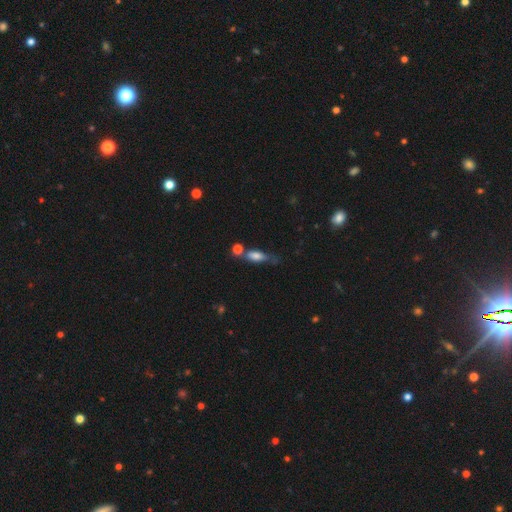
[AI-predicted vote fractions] Smooth or featured?
  - smooth: 71% *
  - featured or disk: 20%
  - star or artifact: 9%
How rounded?
  - in between: 63% *
  - cigar-shaped: 32%
  - round: 5%
Merging?
  - none: 42% *
  - minor disturbance: 23%
  - merger: 23%
  - major disturbance: 12%